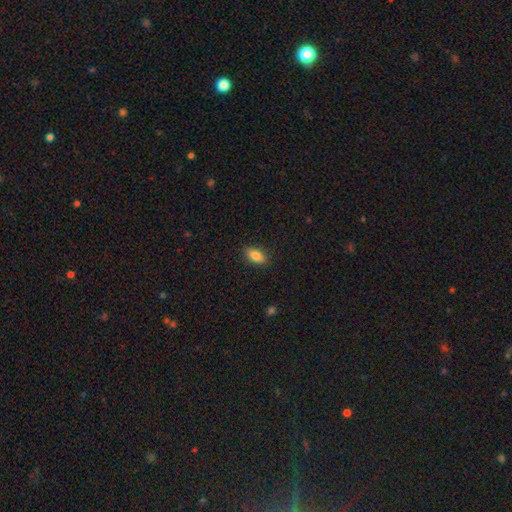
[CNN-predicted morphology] Smooth or featured?
  - smooth: 84% *
  - featured or disk: 8%
  - star or artifact: 8%
How rounded?
  - in between: 89% *
  - cigar-shaped: 6%
  - round: 5%
Merging?
  - none: 88% *
  - minor disturbance: 9%
  - major disturbance: 2%
  - merger: 1%